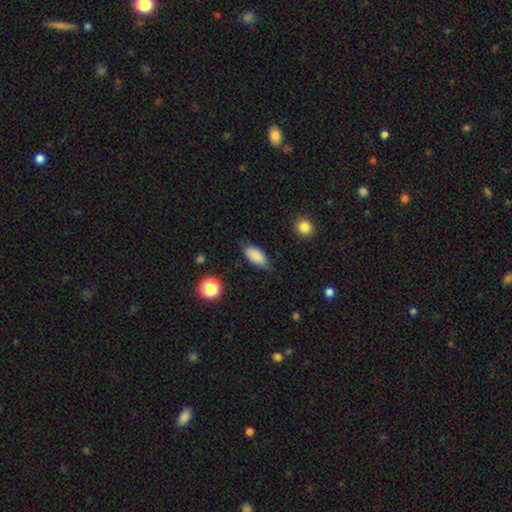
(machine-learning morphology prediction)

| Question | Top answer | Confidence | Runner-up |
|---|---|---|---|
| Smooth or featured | smooth | 86% | star or artifact (7%) |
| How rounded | in between | 88% | cigar-shaped (8%) |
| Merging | none | 68% | minor disturbance (26%) |